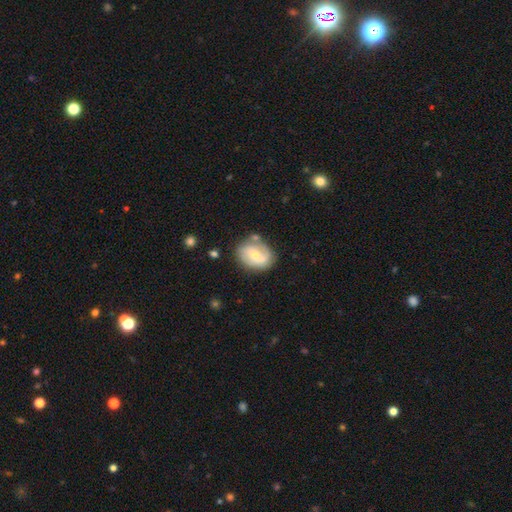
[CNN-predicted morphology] The model was most divided on "bar" (2-way tie): no: 43%, weak: 43%, strong: 14%. Remaining: edge-on disk — no (96%); spiral arms — yes (77%); merging — none (65%); smooth or featured — featured or disk (57%); bulge size — small (48%).